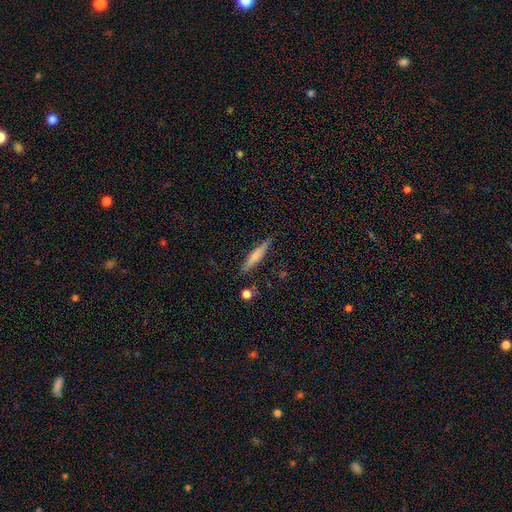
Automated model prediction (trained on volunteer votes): This appears to be a smooth galaxy with no disk features (53%) that is cigar-shaped (90%). Merging: none (84%).